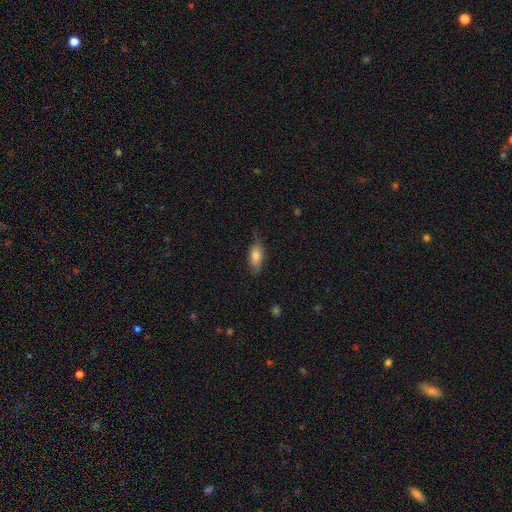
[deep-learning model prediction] smooth 79%, featured or disk 14%, star or artifact 7%. Down the decision tree: how rounded — in between (80%); merging — none (71%).